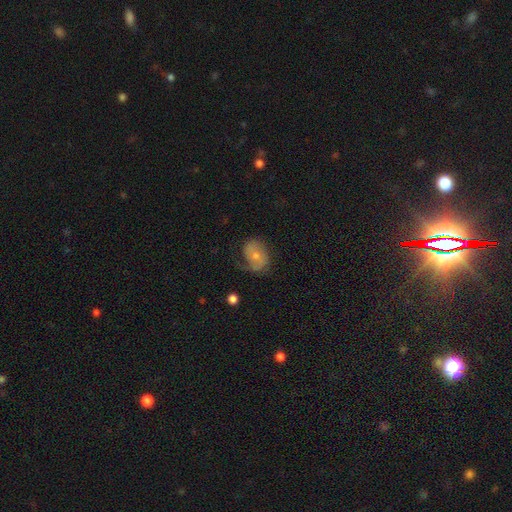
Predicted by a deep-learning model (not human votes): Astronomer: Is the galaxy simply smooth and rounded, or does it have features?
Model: featured or disk — 53% (runner-up: smooth, 39%).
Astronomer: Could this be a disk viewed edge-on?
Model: no — 96%.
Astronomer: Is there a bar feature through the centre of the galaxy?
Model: no — 65%.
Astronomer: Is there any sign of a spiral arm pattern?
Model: yes — 81%.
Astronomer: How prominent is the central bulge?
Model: moderate — 48% (runner-up: small, 44%).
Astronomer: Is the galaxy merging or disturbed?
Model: none — 50% (runner-up: minor disturbance, 27%).